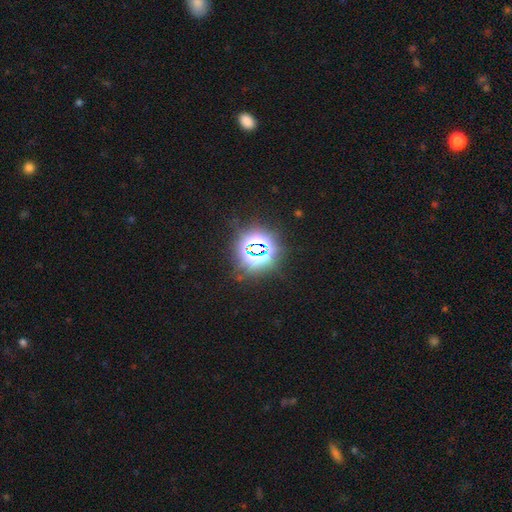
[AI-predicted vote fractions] smooth-or-featured: star or artifact: 83% | smooth: 12% | featured or disk: 5%